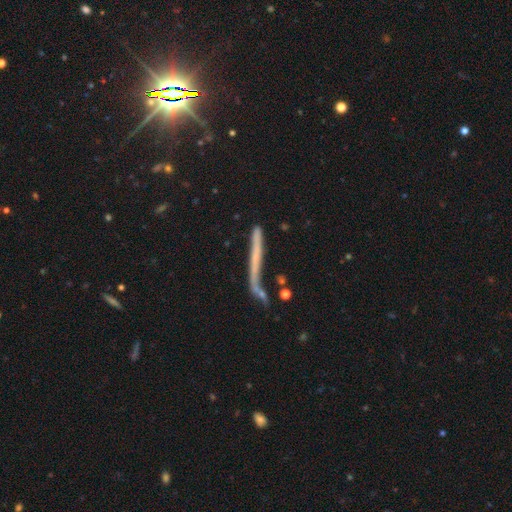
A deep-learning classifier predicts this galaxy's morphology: Smooth or featured?
  - featured or disk: 47% *
  - smooth: 37%
  - star or artifact: 16%
Merging?
  - none: 49% *
  - minor disturbance: 20%
  - major disturbance: 15%
  - merger: 15%